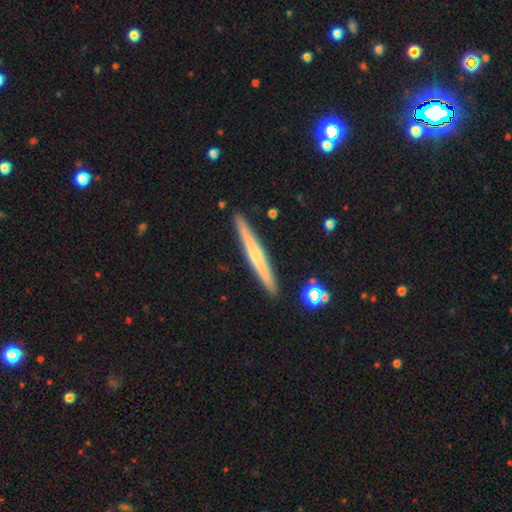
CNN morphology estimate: featured or disk 54%, smooth 39%, star or artifact 6%. Down the decision tree: edge-on disk — yes (98%); edge-on bulge — none (49%); merging — none (92%).